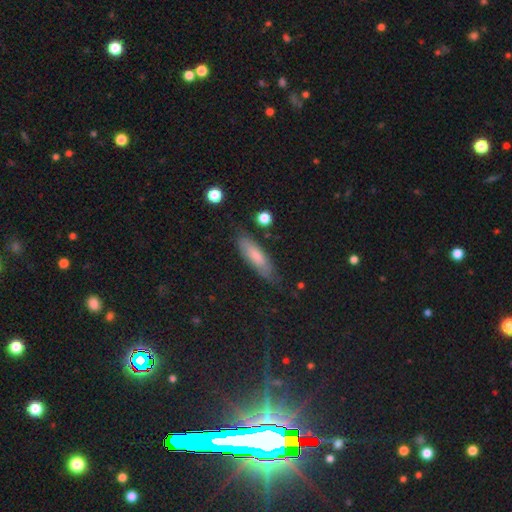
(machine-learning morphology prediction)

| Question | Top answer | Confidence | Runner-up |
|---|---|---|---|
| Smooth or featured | smooth | 73% | featured or disk (19%) |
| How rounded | cigar-shaped | 54% | in between (44%) |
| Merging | none | 77% | minor disturbance (16%) |